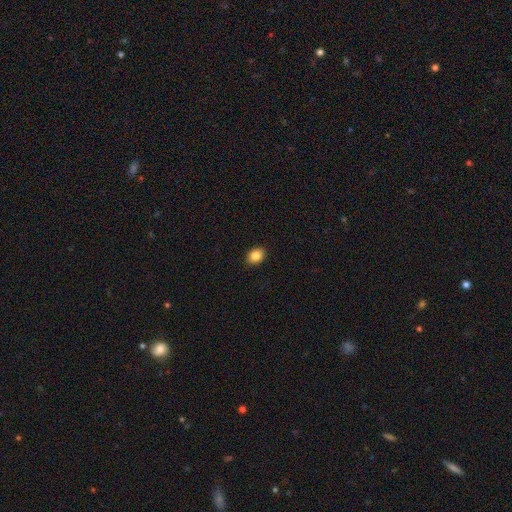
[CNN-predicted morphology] Q: Smooth or featured?
A: smooth (85%); runner-up: star or artifact (9%)
Q: How rounded?
A: in between (66%); runner-up: round (33%)
Q: Merging?
A: none (90%); runner-up: minor disturbance (7%)